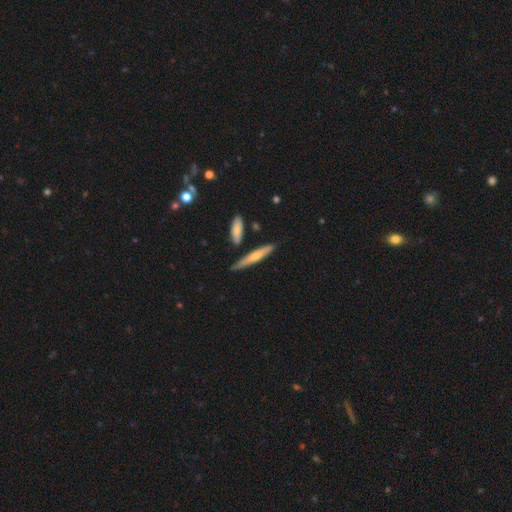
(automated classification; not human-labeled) Q: Smooth or featured?
A: smooth (56%); runner-up: featured or disk (38%)
Q: How rounded?
A: cigar-shaped (89%); runner-up: in between (9%)
Q: Merging?
A: none (77%); runner-up: minor disturbance (14%)